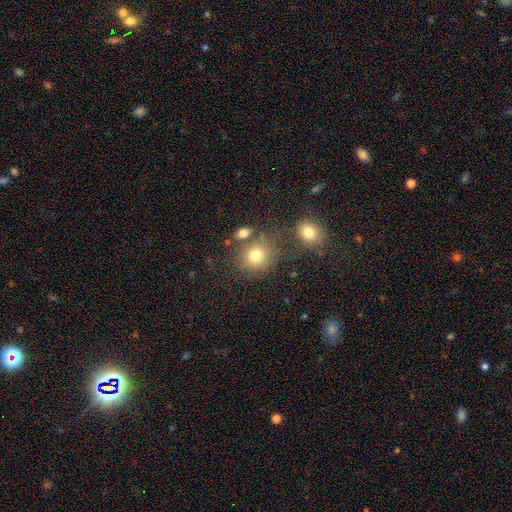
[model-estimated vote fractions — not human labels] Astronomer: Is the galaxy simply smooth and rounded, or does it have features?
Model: smooth — 78%.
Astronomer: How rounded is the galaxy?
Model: round — 76%.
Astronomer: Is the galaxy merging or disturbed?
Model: none — 66%.